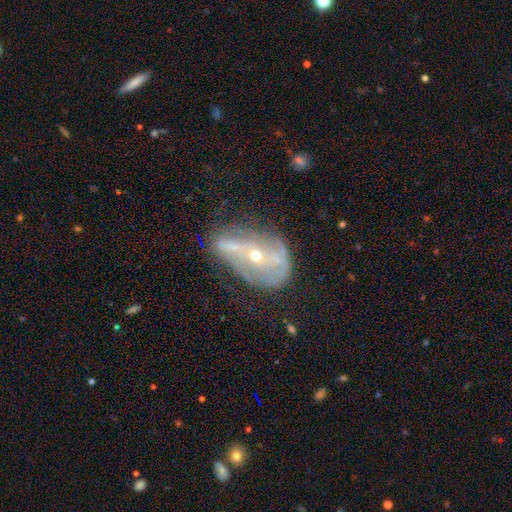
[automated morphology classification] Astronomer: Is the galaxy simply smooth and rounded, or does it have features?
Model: featured or disk — 68%.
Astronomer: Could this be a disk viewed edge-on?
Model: no — 92%.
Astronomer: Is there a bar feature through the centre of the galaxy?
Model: no — 66%.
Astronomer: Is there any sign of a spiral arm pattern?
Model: no — 53% (runner-up: yes, 47%).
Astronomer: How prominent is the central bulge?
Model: small — 58% (runner-up: moderate, 37%).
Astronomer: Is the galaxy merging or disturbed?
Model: none — 34% (runner-up: major disturbance, 28%).